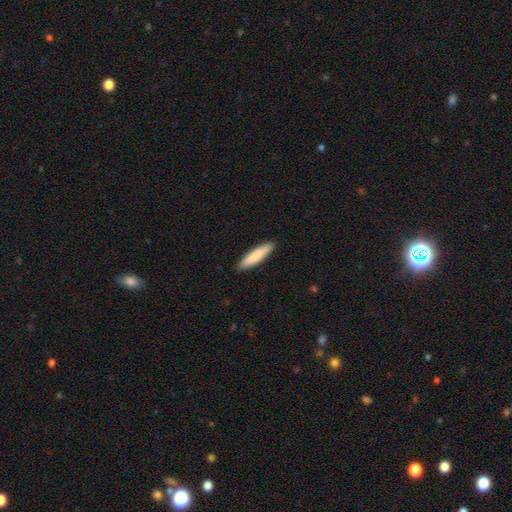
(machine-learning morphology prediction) Smooth or featured? Predicted: smooth (p=0.83). How rounded? Predicted: cigar-shaped (p=0.82). Merging? Predicted: none (p=0.90).